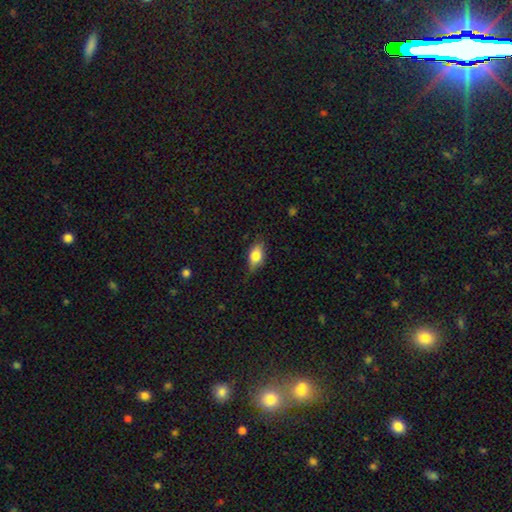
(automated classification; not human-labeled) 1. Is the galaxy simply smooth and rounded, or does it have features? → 75% smooth, 17% featured or disk, 8% star or artifact.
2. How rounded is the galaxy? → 83% in between, 11% round, 6% cigar-shaped.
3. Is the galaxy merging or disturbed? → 72% none, 22% minor disturbance, 4% major disturbance, 1% merger.